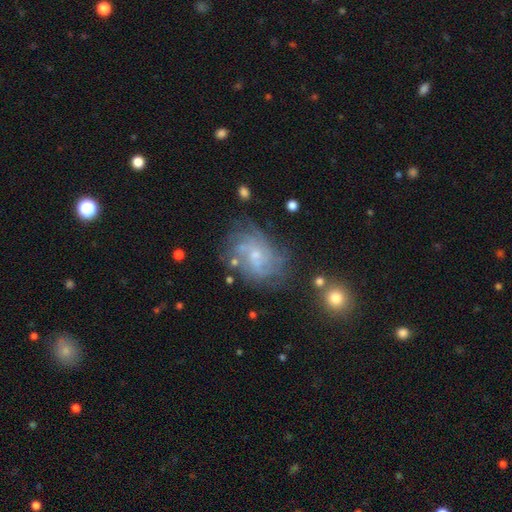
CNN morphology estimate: A featured or disk galaxy (77%) with no bar (69%), tight (49%) spiral arms (90%) and a small central bulge (65%). Merging: none (65%).